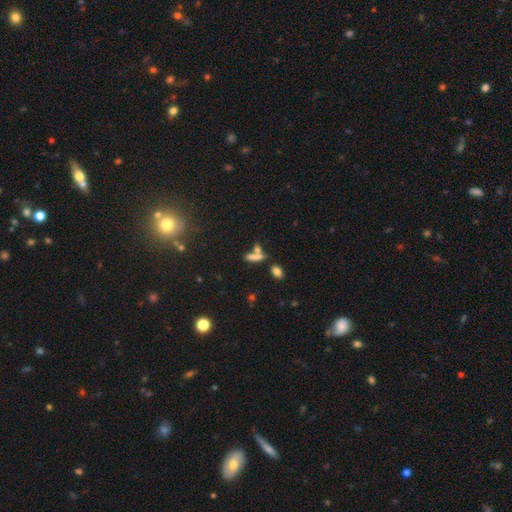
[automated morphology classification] Q: Smooth or featured?
A: smooth (68%); runner-up: featured or disk (16%)
Q: How rounded?
A: cigar-shaped (57%); runner-up: in between (36%)
Q: Merging?
A: none (45%); runner-up: merger (38%)